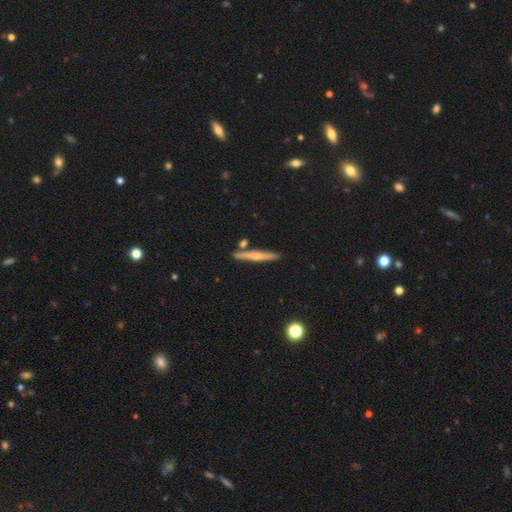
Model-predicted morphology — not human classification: Smooth or featured: featured or disk — 51% (smooth — 42%)
Edge-on disk: yes — 95% (no — 5%)
Merging: none — 84% (minor disturbance — 8%)